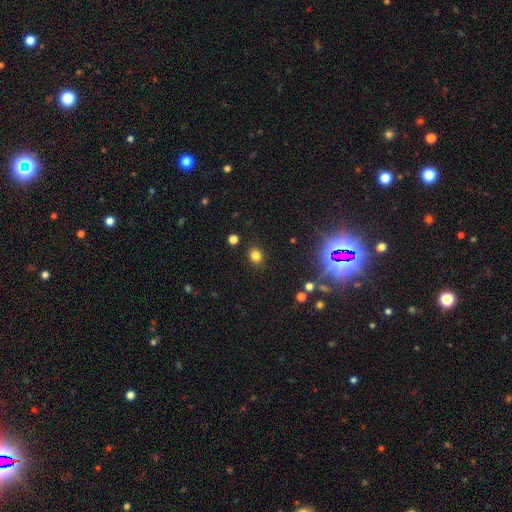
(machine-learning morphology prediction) smooth-or-featured: smooth: 78% | star or artifact: 16% | featured or disk: 6%
  how-rounded: round: 70% | in between: 28% | cigar-shaped: 1%
  merging: none: 87% | minor disturbance: 8% | major disturbance: 3% | merger: 2%